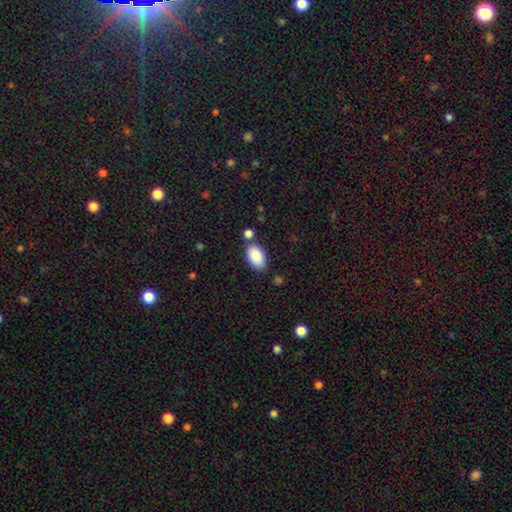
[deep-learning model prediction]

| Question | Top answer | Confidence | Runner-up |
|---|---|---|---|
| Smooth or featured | smooth | 87% | star or artifact (7%) |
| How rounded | in between | 93% | round (6%) |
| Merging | none | 72% | minor disturbance (16%) |